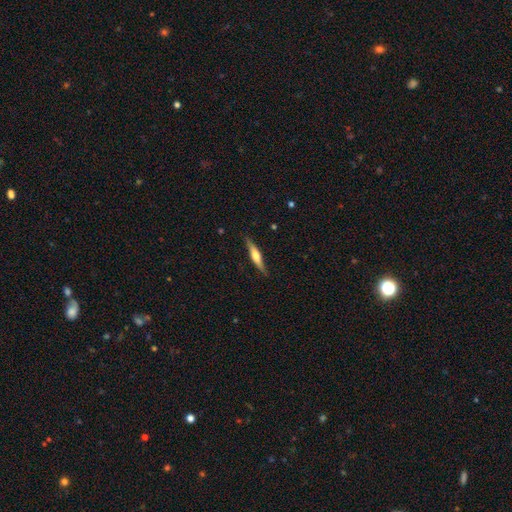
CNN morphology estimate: The model was most divided on "smooth or featured": featured or disk: 58%, smooth: 37%, star or artifact: 5%. More confident: edge-on disk — yes (95%); merging — none (84%); edge-on bulge — rounded (83%).